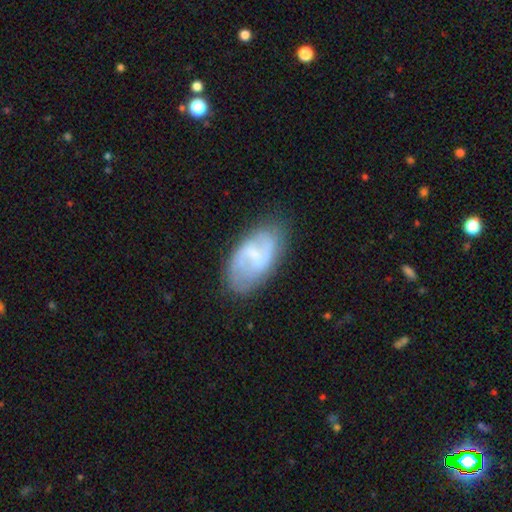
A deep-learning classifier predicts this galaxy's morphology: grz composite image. It shows a featured or disk galaxy (70%) with a weak bar (57%), 2 (75%) medium (44%) spiral arms (86%) and a small central bulge (58%). Merging: none (74%).